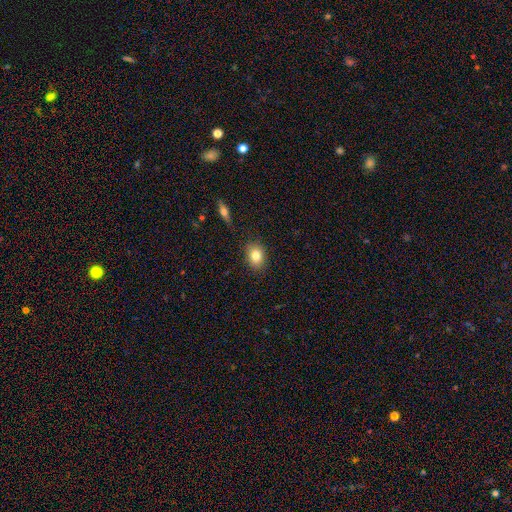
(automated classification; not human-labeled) A smooth galaxy with no disk features (81%) that is in between round and cigar-shaped (61%). Merging: none (85%).